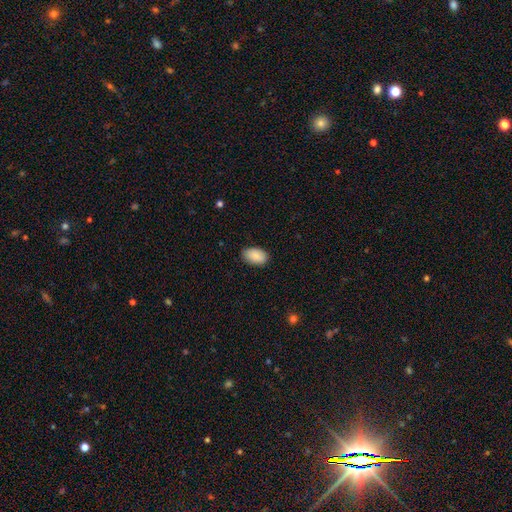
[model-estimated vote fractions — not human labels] Overall: smooth (88%). How rounded: in between (93%). Merging: none (86%).